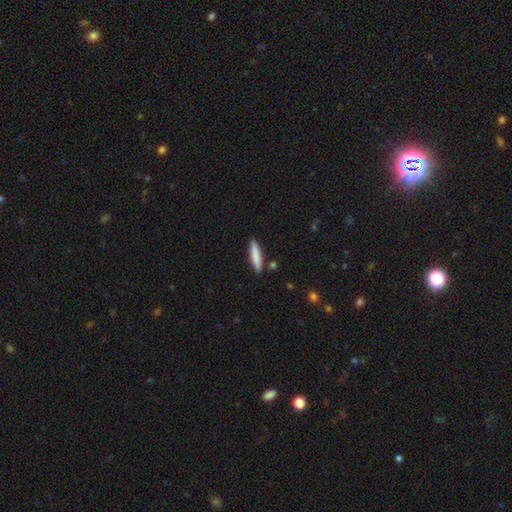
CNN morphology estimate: Smooth or featured: smooth — 81% (featured or disk — 14%)
How rounded: cigar-shaped — 87% (in between — 12%)
Merging: none — 87% (minor disturbance — 8%)